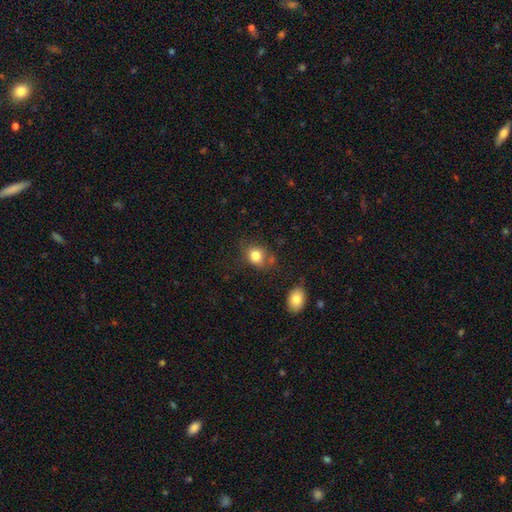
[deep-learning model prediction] This is clearly a smooth galaxy (82%). How rounded: possibly round (57%). Merging: likely none (66%).